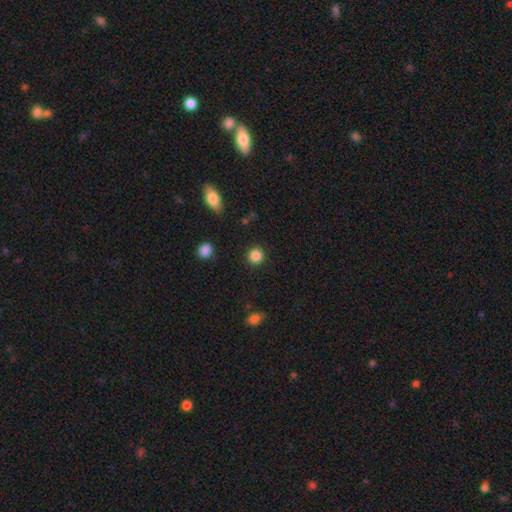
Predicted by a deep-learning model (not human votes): smooth_or_featured: smooth (p=0.86) [alt: star or artifact p=0.10]
how_rounded: round (p=0.94) [alt: in between p=0.05]
merging: none (p=0.91) [alt: minor disturbance p=0.05]